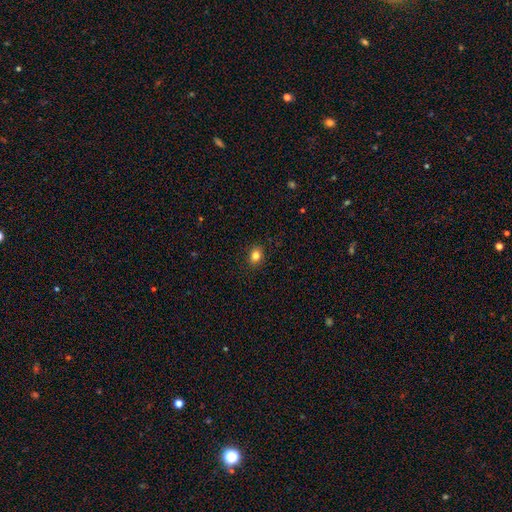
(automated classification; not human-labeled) smooth_or_featured: smooth (p=0.82) [alt: star or artifact p=0.12]
how_rounded: round (p=0.57) [alt: in between p=0.42]
merging: none (p=0.90) [alt: minor disturbance p=0.07]